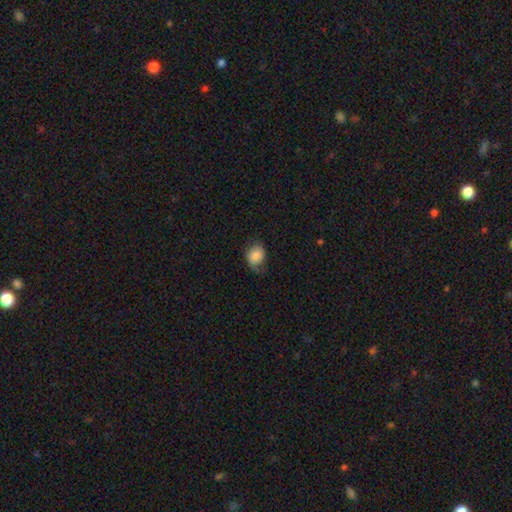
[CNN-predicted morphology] This is likely a smooth galaxy (74%). How rounded: likely in between (61%). Merging: possibly none (51%).